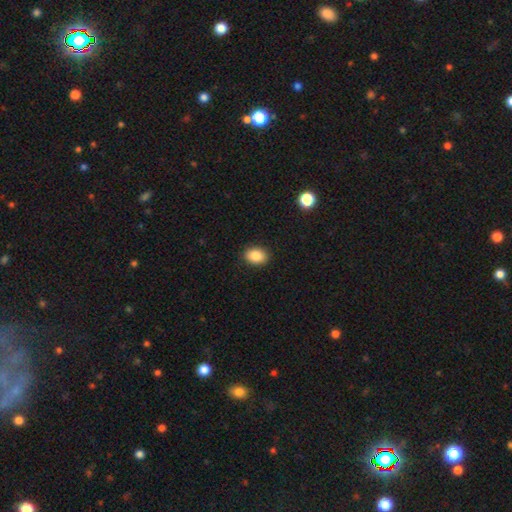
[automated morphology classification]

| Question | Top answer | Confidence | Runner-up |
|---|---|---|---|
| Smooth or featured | smooth | 86% | star or artifact (9%) |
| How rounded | in between | 71% | round (28%) |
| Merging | none | 90% | minor disturbance (7%) |